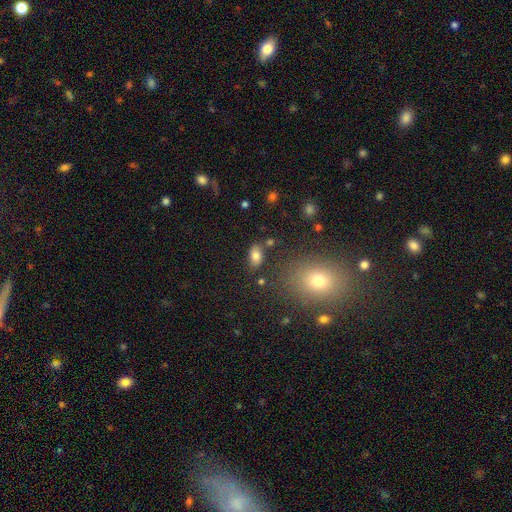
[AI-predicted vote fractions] Smooth or featured? Predicted: smooth (p=0.78). How rounded? Predicted: in between (p=0.88). Merging? Predicted: none (p=0.78).